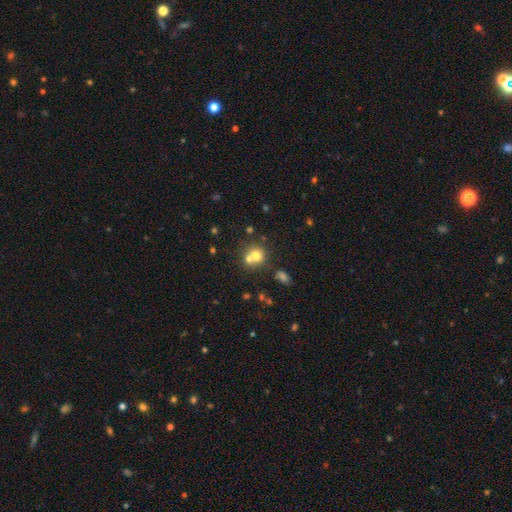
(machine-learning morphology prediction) The model was most divided on "merging": merger: 45%, none: 44%, minor disturbance: 7%, major disturbance: 3%. More confident: how rounded — round (83%); smooth or featured — smooth (69%).